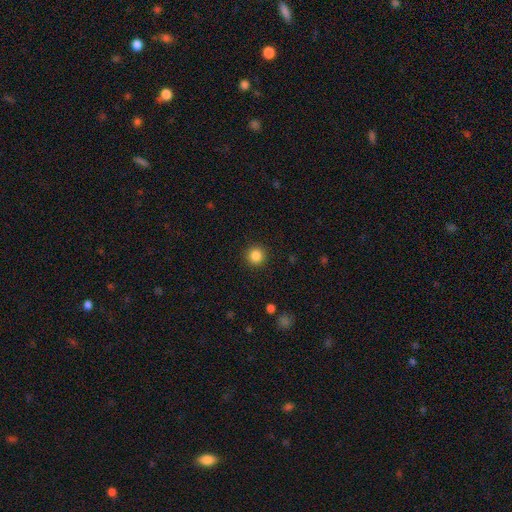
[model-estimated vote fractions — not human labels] Smooth or featured: smooth — 85% (star or artifact — 11%)
How rounded: round — 95% (in between — 4%)
Merging: none — 92% (minor disturbance — 5%)